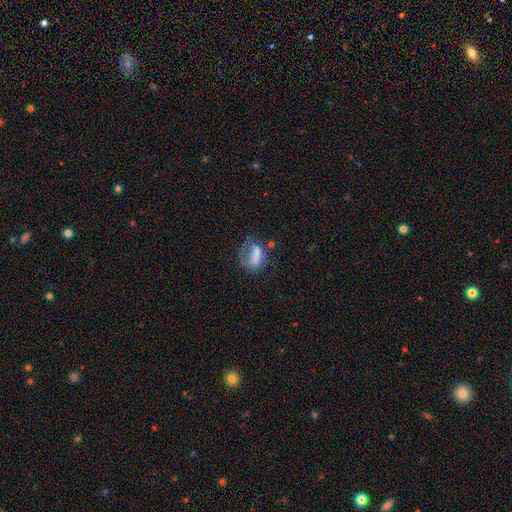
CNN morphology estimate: Smooth or featured? Predicted: smooth (p=0.61). How rounded? Predicted: in between (p=0.70). Merging? Predicted: none (p=0.37).